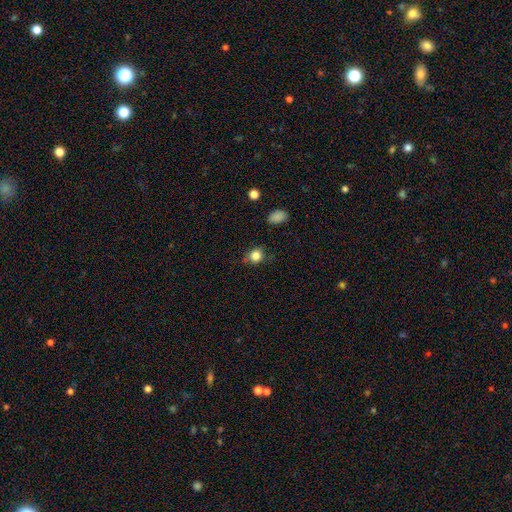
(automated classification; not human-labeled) Smooth or featured? Predicted: smooth (p=0.83). How rounded? Predicted: round (p=0.74). Merging? Predicted: none (p=0.71).